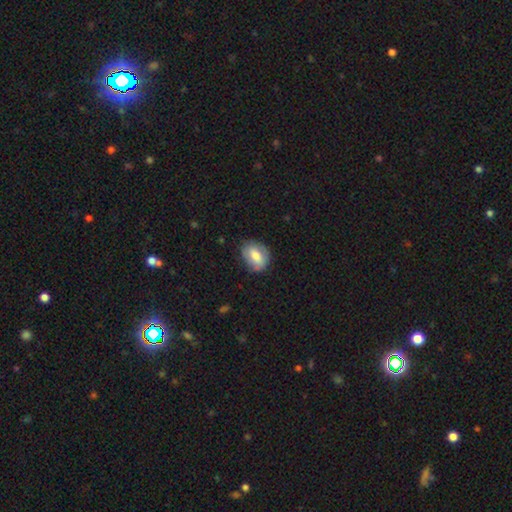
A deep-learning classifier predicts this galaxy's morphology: type=smooth (68%); roundness=in between (72%); merging=none (72%).